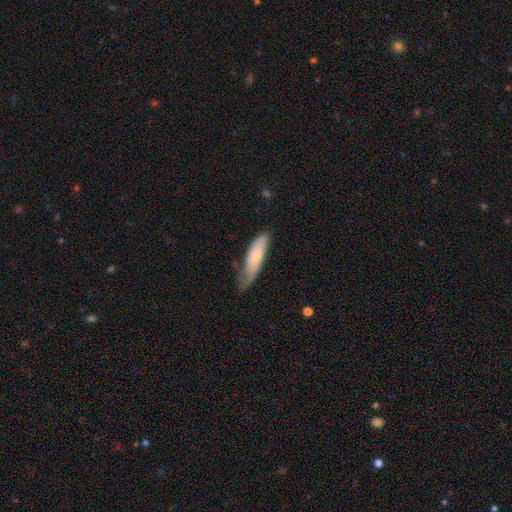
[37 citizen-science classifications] smooth_or_featured: smooth (p=0.76) [alt: featured or disk p=0.22]
how_rounded: cigar-shaped (p=0.64) [alt: in between p=0.36]
merging: none (p=0.42) [tied with: minor disturbance p=0.42]